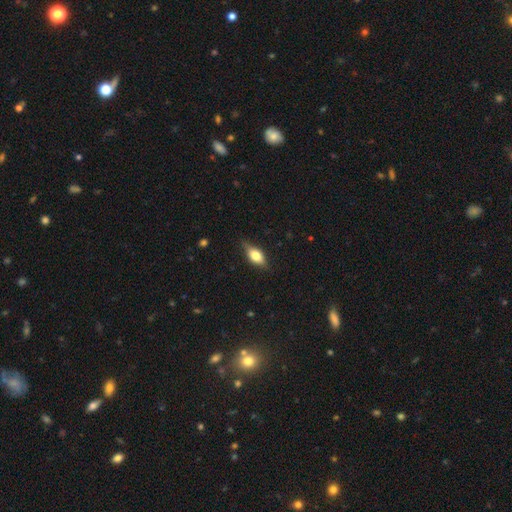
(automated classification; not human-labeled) This is likely a smooth galaxy (64%). How rounded: clearly in between (81%). Merging: likely none (76%).